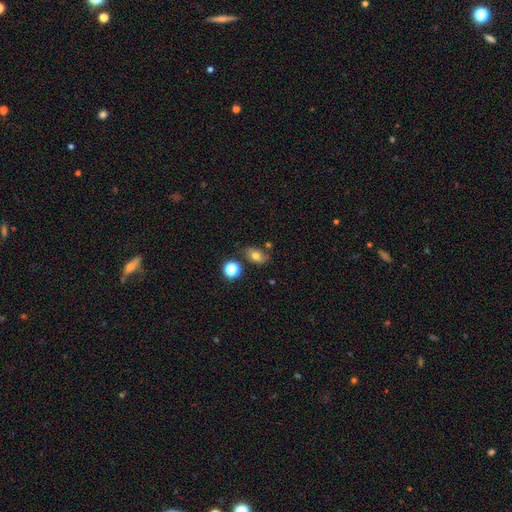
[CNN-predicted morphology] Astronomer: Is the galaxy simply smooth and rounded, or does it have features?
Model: smooth — 66%.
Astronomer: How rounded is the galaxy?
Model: in between — 77%.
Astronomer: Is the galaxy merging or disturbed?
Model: none — 68%.